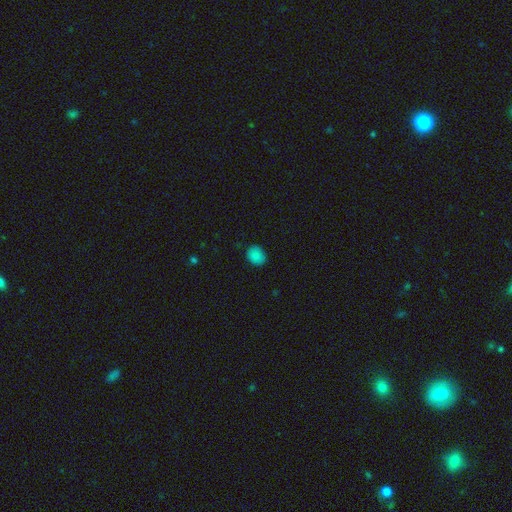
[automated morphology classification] Smooth or featured? smooth (83%)
How rounded? round (58%)
Merging? none (85%)